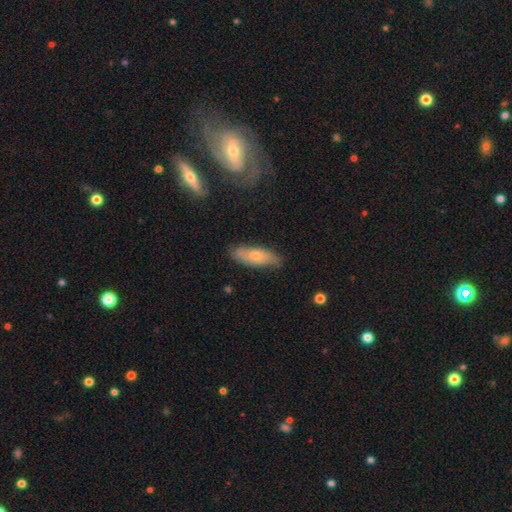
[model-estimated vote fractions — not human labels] Morphology: type=smooth (53%); roundness=in between (55%); merging=none (79%).